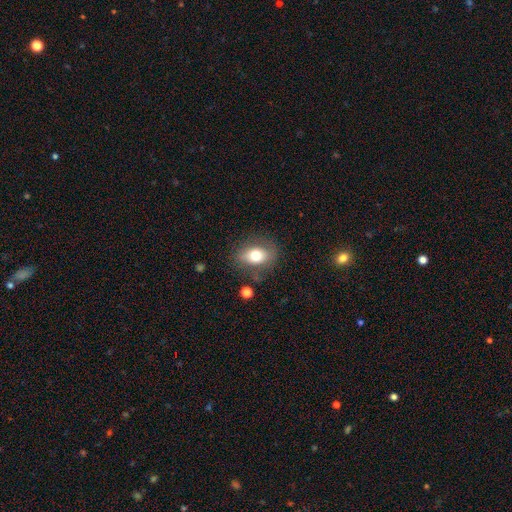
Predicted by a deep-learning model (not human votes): Smooth or featured? smooth (70%)
How rounded? in between (71%)
Merging? none (75%)